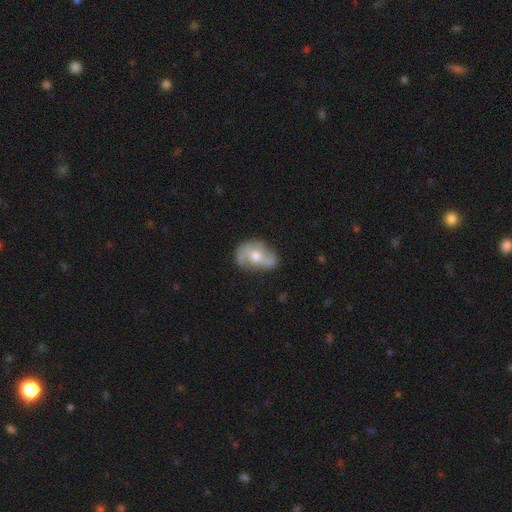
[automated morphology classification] This appears to be a featured or disk galaxy (67%) with no bar (58%), spiral arms (78%) and a moderate central bulge (70%). Merging: none (56%).